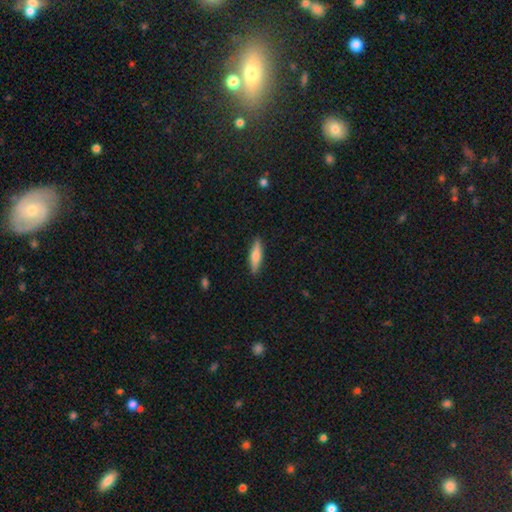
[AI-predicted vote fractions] smooth_or_featured: smooth (p=0.61) [alt: featured or disk p=0.33]
how_rounded: cigar-shaped (p=0.75) [alt: in between p=0.23]
merging: none (p=0.89) [alt: minor disturbance p=0.08]